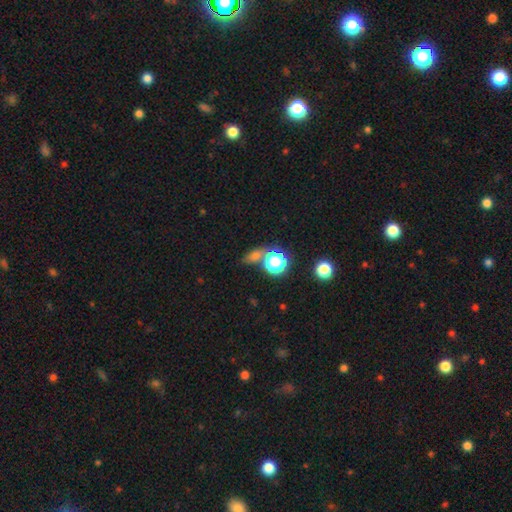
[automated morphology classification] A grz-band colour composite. It shows a smooth galaxy with no disk features (57%) that is in between round and cigar-shaped (47%). Merging: none (55%).